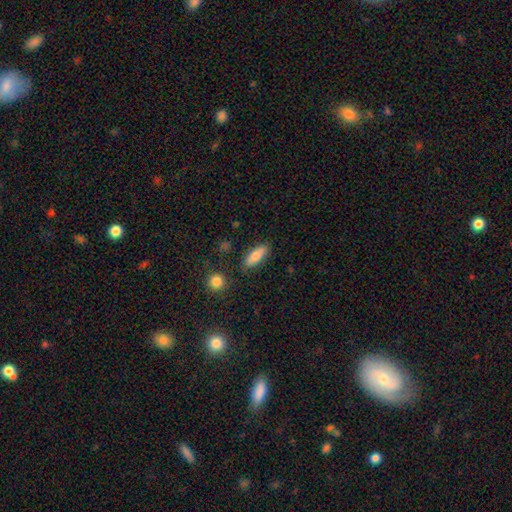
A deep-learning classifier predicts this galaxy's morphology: A smooth galaxy with no disk features (80%) that is in between round and cigar-shaped (70%). Merging: none (82%).